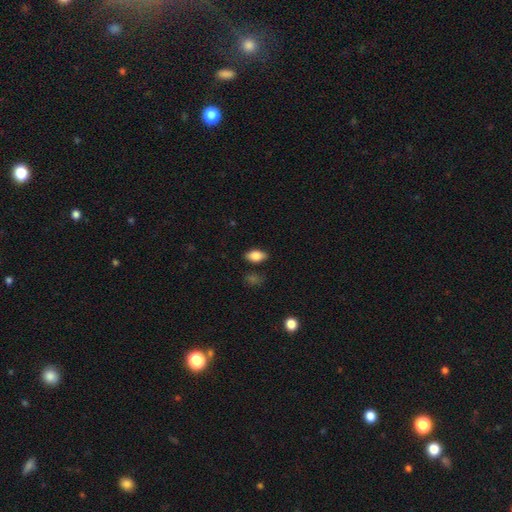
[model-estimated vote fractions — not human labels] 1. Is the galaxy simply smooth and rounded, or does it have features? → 84% smooth, 8% featured or disk, 8% star or artifact.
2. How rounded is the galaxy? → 91% in between, 6% round, 3% cigar-shaped.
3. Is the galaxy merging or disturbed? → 83% none, 12% minor disturbance, 3% major disturbance, 2% merger.